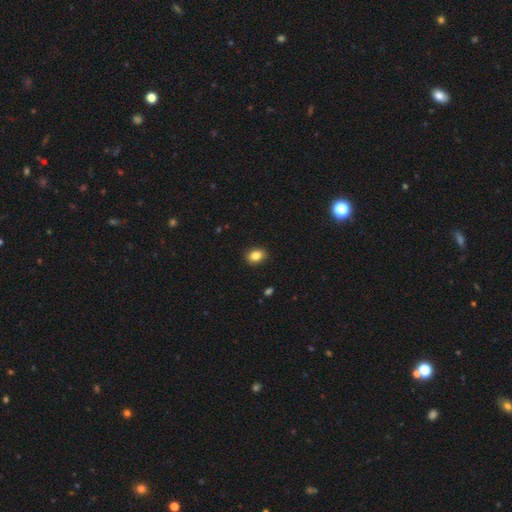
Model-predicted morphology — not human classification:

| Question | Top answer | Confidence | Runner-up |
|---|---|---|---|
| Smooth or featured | smooth | 85% | star or artifact (9%) |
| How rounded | in between | 62% | round (37%) |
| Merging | none | 90% | minor disturbance (7%) |